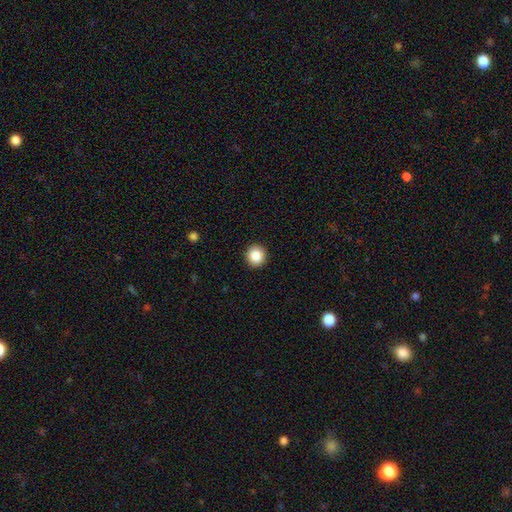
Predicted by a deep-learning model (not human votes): Smooth or featured? smooth (86%)
How rounded? round (94%)
Merging? none (93%)